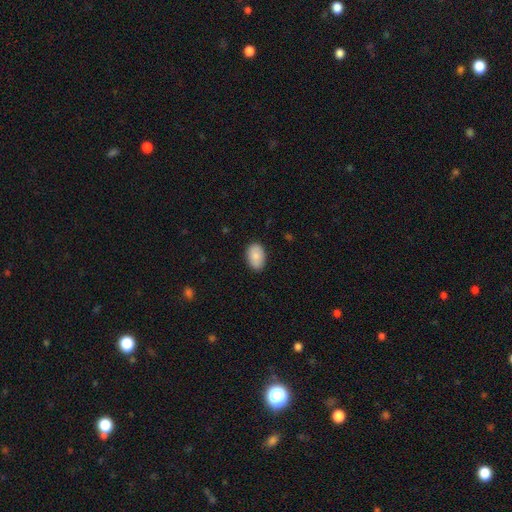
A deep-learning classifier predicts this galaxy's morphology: smooth_or_featured: smooth (p=0.85) [alt: featured or disk p=0.08]
how_rounded: in between (p=0.89) [alt: round p=0.09]
merging: none (p=0.87) [alt: minor disturbance p=0.10]